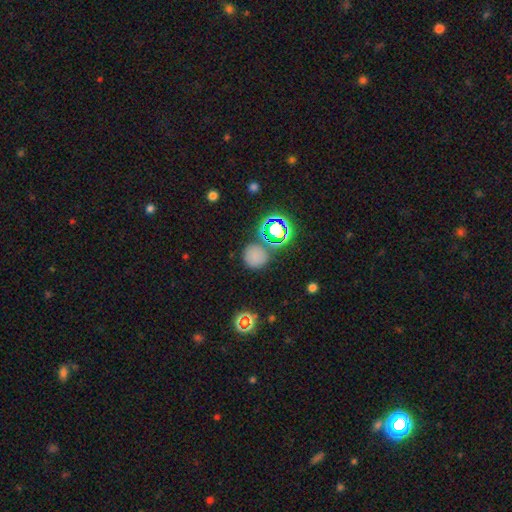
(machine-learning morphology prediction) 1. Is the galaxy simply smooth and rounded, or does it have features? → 71% smooth, 23% star or artifact, 6% featured or disk.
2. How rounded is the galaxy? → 92% round, 7% in between, 1% cigar-shaped.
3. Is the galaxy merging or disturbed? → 80% none, 9% minor disturbance, 7% merger, 3% major disturbance.